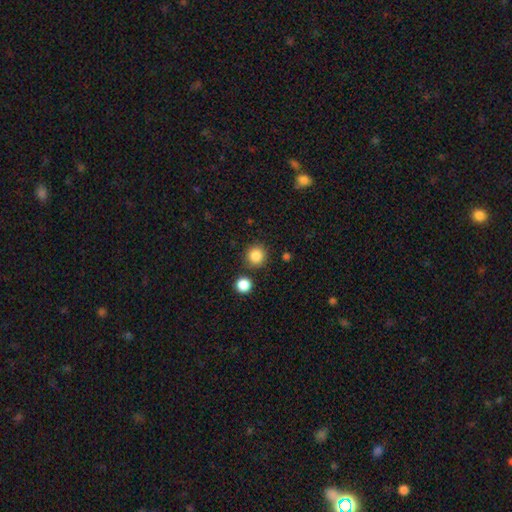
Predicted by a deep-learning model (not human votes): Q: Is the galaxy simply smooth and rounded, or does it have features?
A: smooth — 86%.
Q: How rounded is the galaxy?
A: round — 94%.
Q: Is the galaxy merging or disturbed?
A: none — 85%.